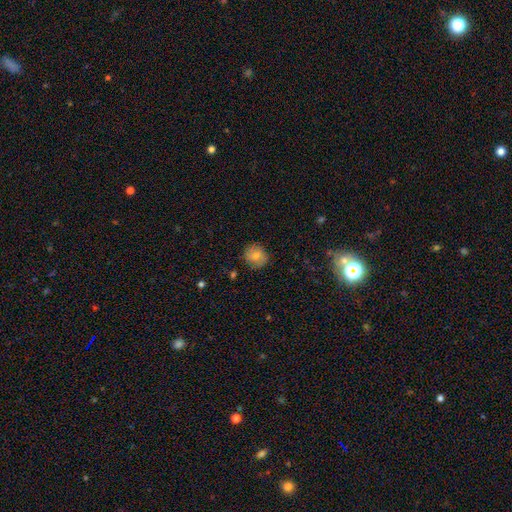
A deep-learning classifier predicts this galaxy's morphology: Smooth or featured? Predicted: smooth (p=0.78). How rounded? Predicted: round (p=0.83). Merging? Predicted: none (p=0.83).